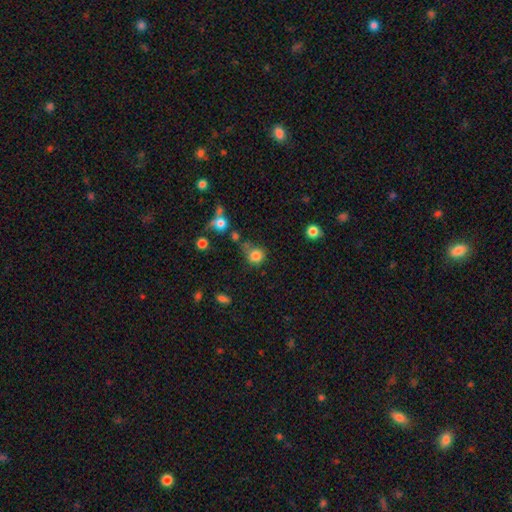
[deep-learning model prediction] A smooth galaxy with no disk features (83%) that is round (86%).

Vote fractions:
- Smooth or featured? smooth: 83% / star or artifact: 11% / featured or disk: 6%
- How rounded? round: 86% / in between: 13% / cigar-shaped: 1%
- Merging? none: 59% / minor disturbance: 19% / merger: 13% / major disturbance: 9%